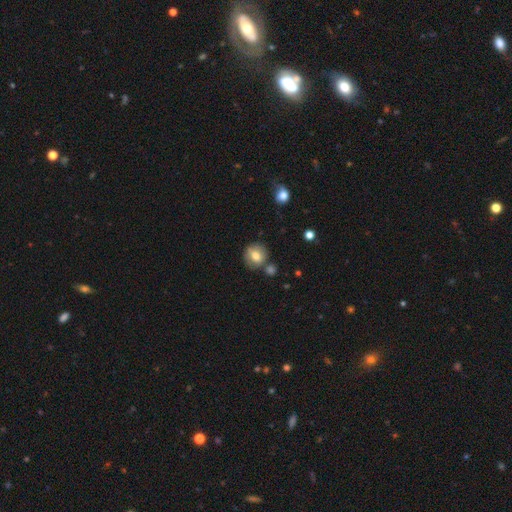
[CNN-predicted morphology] Overall: smooth (74%). How rounded: round (84%). Merging: none (72%).